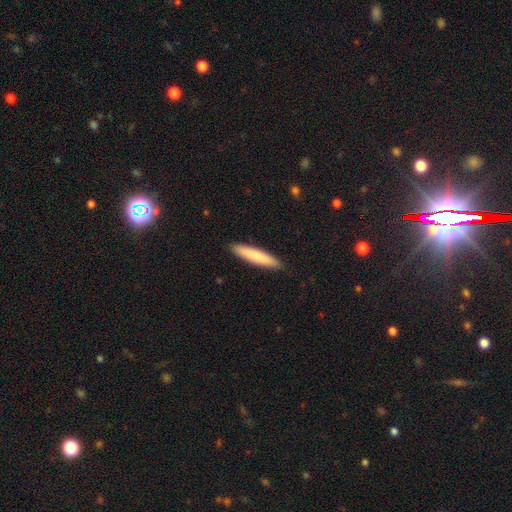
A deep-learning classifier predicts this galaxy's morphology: Smooth or featured? smooth (81%)
How rounded? cigar-shaped (89%)
Merging? none (91%)